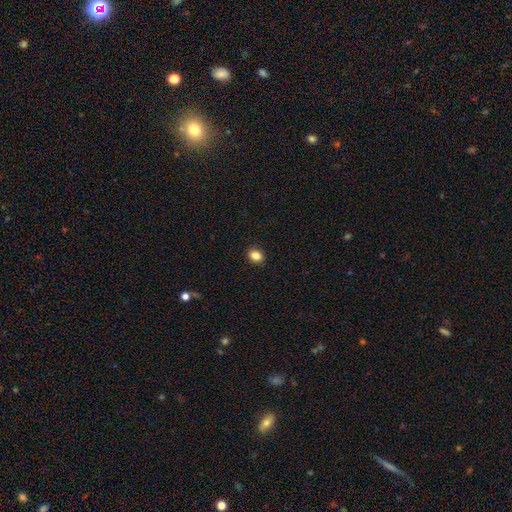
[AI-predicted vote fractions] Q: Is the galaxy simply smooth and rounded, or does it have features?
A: smooth — 85%.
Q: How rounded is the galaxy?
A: in between — 50%.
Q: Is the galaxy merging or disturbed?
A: none — 91%.